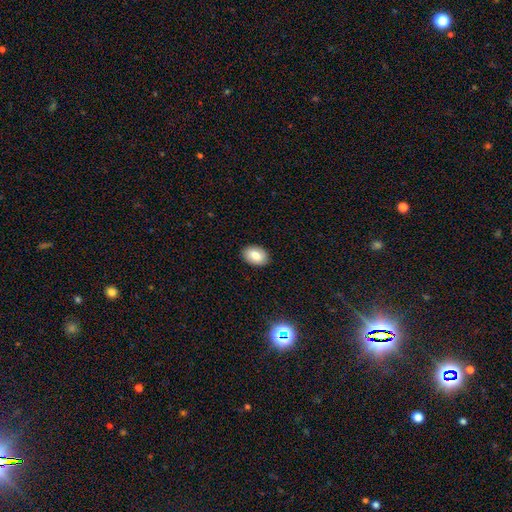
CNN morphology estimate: The model was most divided on "smooth or featured": smooth: 80%, featured or disk: 12%, star or artifact: 8%. More confident: merging — none (89%); how rounded — in between (84%).